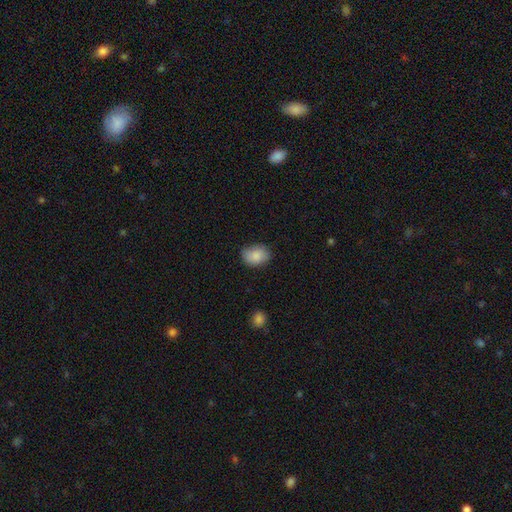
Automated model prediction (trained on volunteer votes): Morphology: type=smooth (87%); roundness=in between (66%); merging=none (74%).